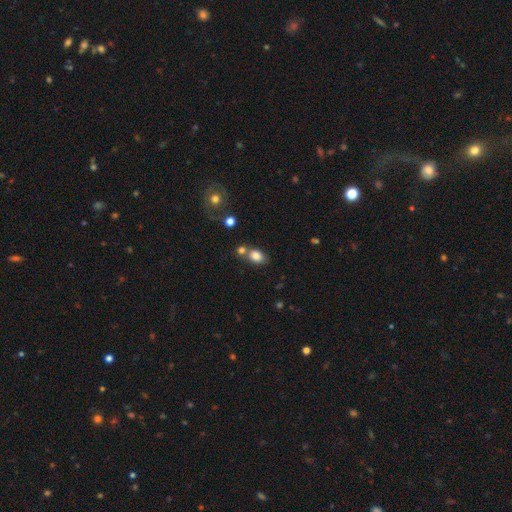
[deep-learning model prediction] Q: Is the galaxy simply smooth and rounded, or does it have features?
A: smooth — 82%.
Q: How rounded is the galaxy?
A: in between — 75%.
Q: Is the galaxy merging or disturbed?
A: none — 57%.